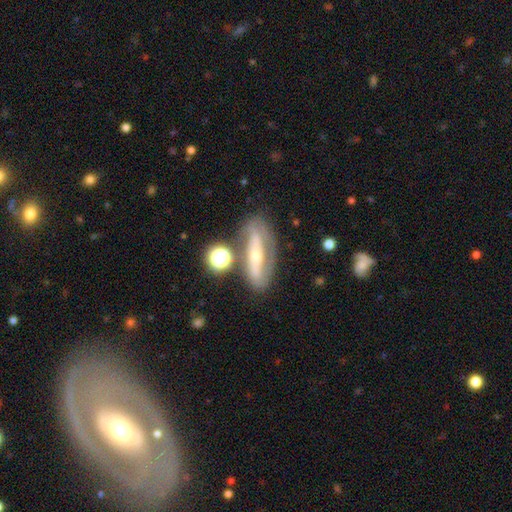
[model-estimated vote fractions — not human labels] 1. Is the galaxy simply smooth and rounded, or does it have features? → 73% featured or disk, 19% smooth, 8% star or artifact.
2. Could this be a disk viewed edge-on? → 73% no, 27% yes.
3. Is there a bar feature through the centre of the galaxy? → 50% strong, 31% no, 19% weak.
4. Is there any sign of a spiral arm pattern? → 68% yes, 32% no.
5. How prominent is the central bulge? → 49% small, 44% moderate, 3% large, 2% none, 1% dominant.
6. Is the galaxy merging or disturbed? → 69% none, 16% minor disturbance, 8% major disturbance, 7% merger.